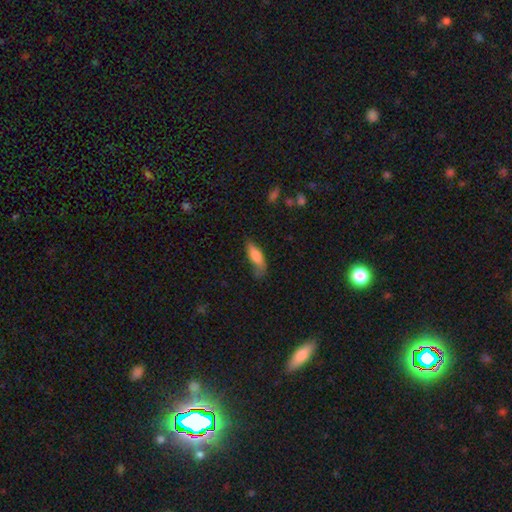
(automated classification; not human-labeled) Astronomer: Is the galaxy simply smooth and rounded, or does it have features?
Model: smooth — 76%.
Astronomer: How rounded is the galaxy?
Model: in between — 53% (runner-up: cigar-shaped, 45%).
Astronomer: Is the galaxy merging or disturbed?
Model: none — 54% (runner-up: minor disturbance, 32%).